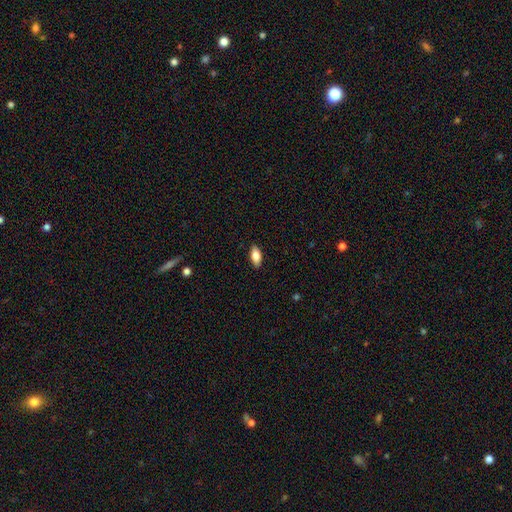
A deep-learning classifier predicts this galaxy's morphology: A smooth galaxy with no disk features (82%) that is in between round and cigar-shaped (88%). Merging: none (89%).